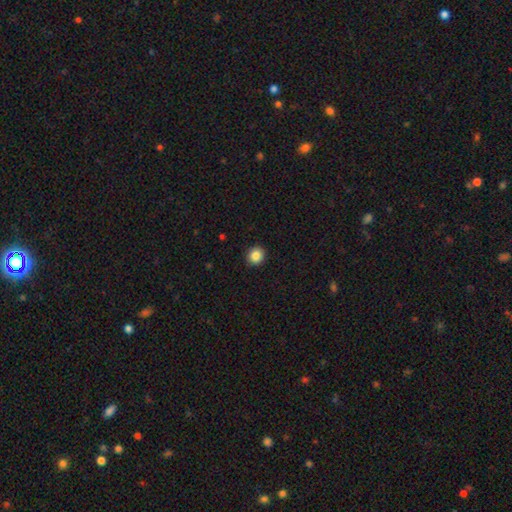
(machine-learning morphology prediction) This appears to be a smooth galaxy with no disk features (86%) that is round (88%). Merging: none (93%).